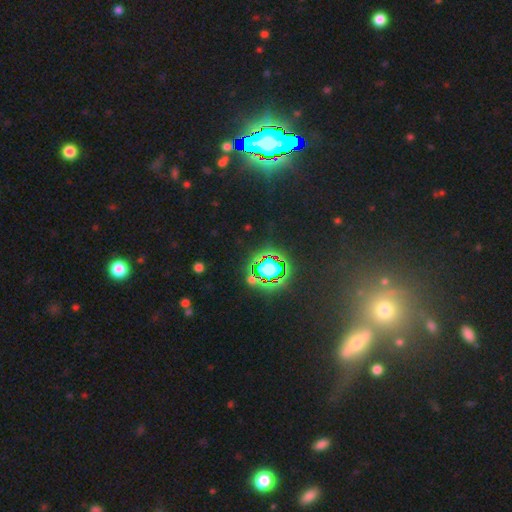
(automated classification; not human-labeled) star or artifact 74%, smooth 14%, featured or disk 12%.